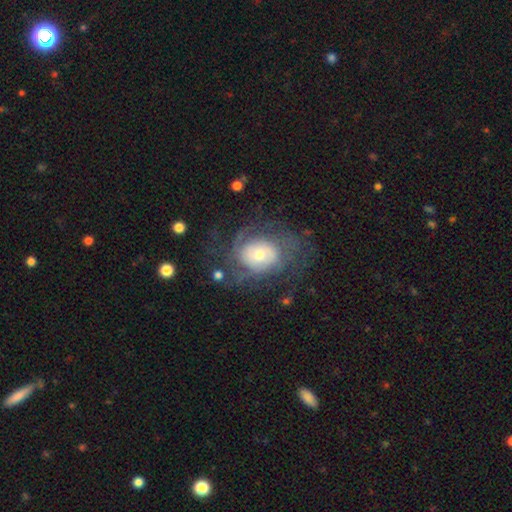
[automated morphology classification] type=featured or disk (70%); edge-on=no (97%); bar=no (74%); spiral arms=yes (79%); winding=tight (49%); arm count=can't tell (46%); bulge=moderate (45%); merging=none (61%).